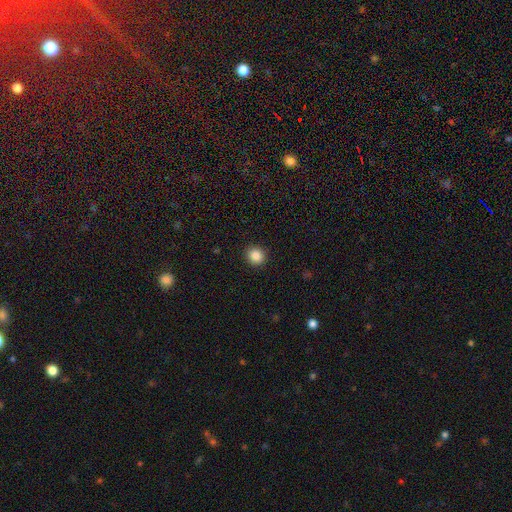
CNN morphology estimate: smooth 86%, star or artifact 10%, featured or disk 4%. Down the decision tree: how rounded — round (88%); merging — none (92%).